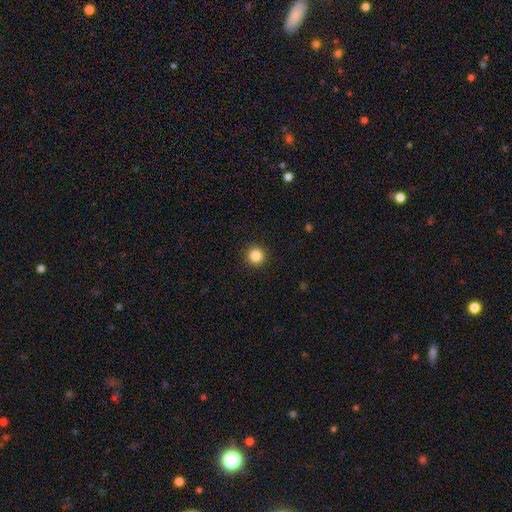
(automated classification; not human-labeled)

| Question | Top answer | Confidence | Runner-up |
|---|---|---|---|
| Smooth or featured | smooth | 85% | star or artifact (11%) |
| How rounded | round | 95% | in between (4%) |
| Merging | none | 93% | minor disturbance (4%) |